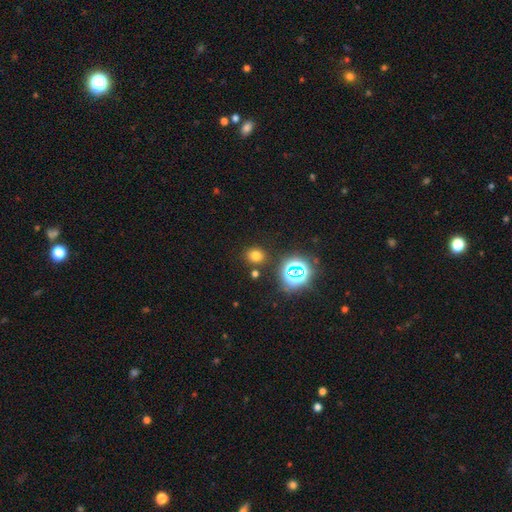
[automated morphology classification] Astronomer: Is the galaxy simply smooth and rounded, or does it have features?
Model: smooth — 68%.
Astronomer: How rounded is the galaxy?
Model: round — 74%.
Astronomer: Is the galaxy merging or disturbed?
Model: none — 83%.